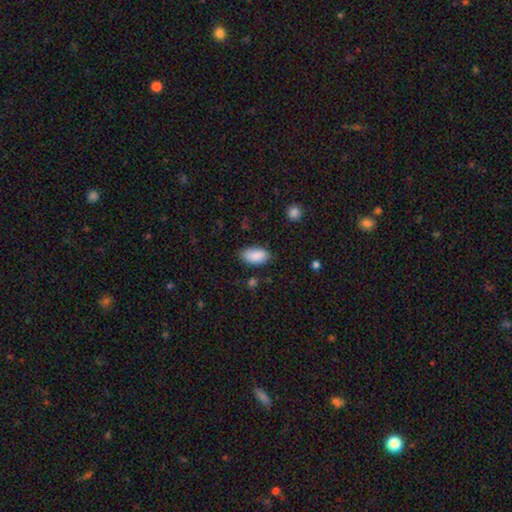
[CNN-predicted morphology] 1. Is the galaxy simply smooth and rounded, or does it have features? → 89% smooth, 7% star or artifact, 4% featured or disk.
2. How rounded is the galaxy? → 94% in between, 3% round, 3% cigar-shaped.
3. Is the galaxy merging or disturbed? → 82% none, 14% minor disturbance, 3% major disturbance, 2% merger.